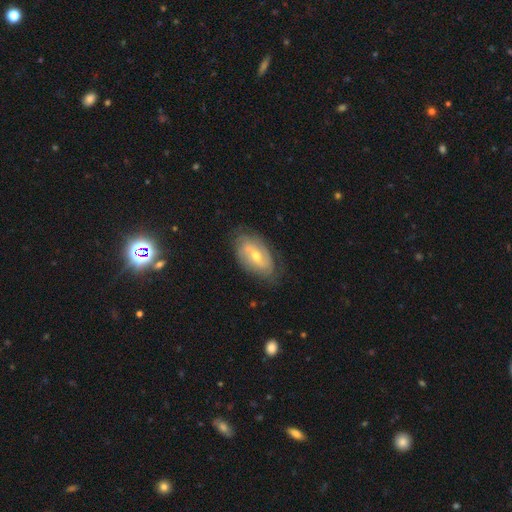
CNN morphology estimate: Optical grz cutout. It shows a featured or disk galaxy (68%) with a weak bar (43%), spiral arms (78%) and a moderate central bulge (61%). Merging: none (72%).